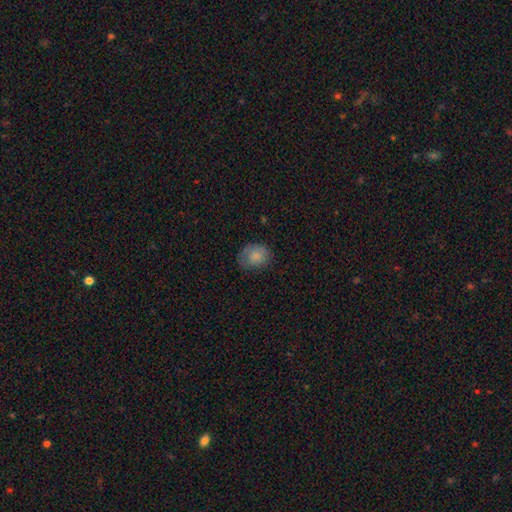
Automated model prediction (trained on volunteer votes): Smooth or featured: smooth — 82% (featured or disk — 10%)
How rounded: in between — 55% (round — 44%)
Merging: none — 67% (minor disturbance — 24%)